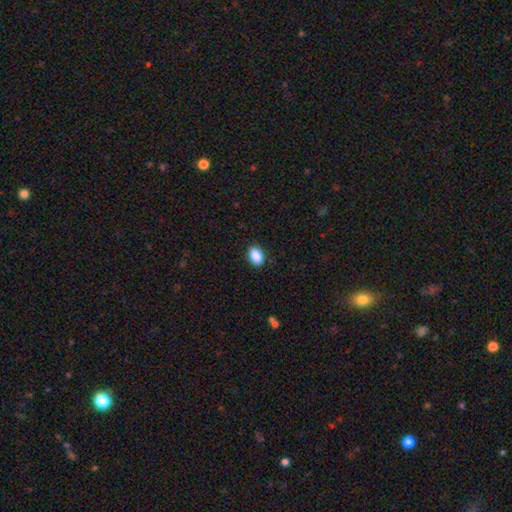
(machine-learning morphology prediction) smooth_or_featured: smooth (p=0.89) [alt: star or artifact p=0.08]
how_rounded: in between (p=0.82) [alt: round p=0.17]
merging: none (p=0.89) [alt: minor disturbance p=0.08]